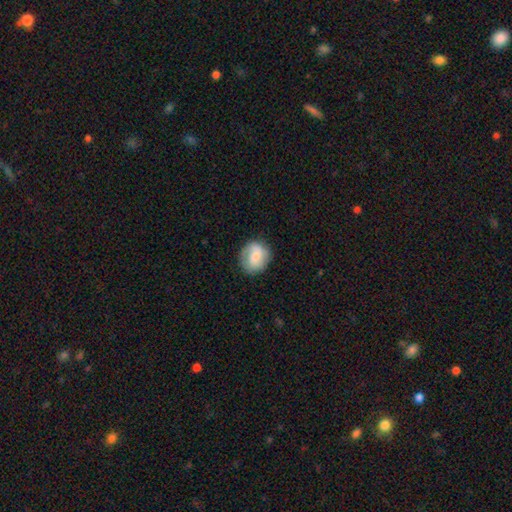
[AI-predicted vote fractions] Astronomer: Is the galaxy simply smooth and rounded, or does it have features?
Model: smooth — 52% (runner-up: featured or disk, 40%).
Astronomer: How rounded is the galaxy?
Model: round — 78%.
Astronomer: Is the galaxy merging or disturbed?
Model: none — 80%.